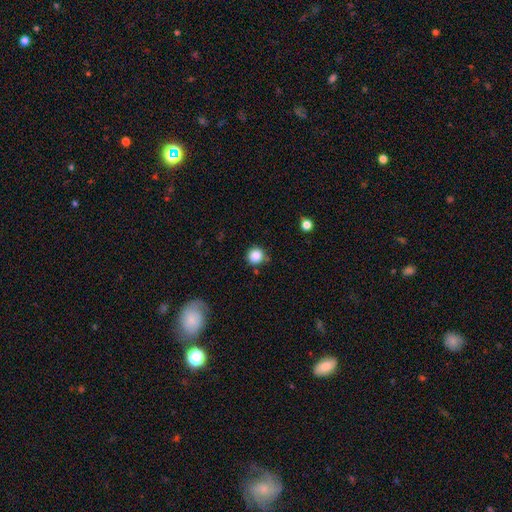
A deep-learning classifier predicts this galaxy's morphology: This appears to be a smooth galaxy with no disk features (86%) that is round (93%). Merging: none (81%).